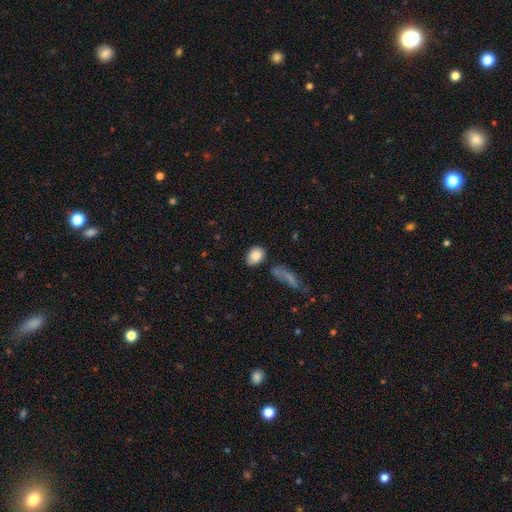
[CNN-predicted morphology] Smooth or featured? Predicted: smooth (p=0.85). How rounded? Predicted: in between (p=0.74). Merging? Predicted: none (p=0.73).